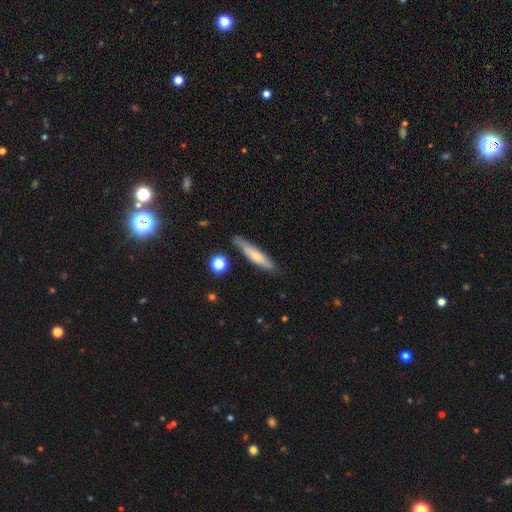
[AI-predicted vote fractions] Smooth or featured?
  - smooth: 59% *
  - featured or disk: 34%
  - star or artifact: 7%
How rounded?
  - cigar-shaped: 85% *
  - in between: 14%
  - round: 2%
Merging?
  - none: 74% *
  - minor disturbance: 18%
  - major disturbance: 4%
  - merger: 4%